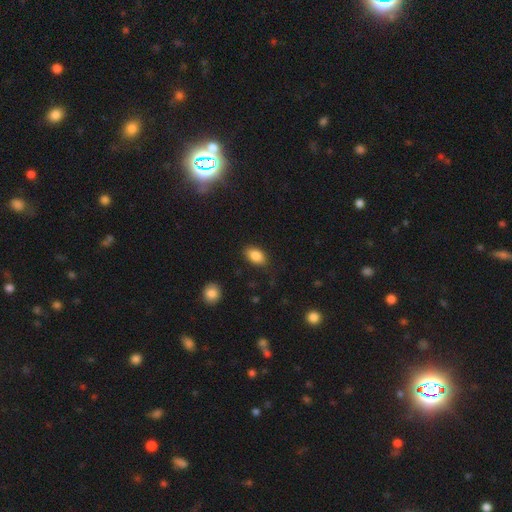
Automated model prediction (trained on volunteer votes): Smooth or featured? smooth (86%)
How rounded? in between (89%)
Merging? none (84%)